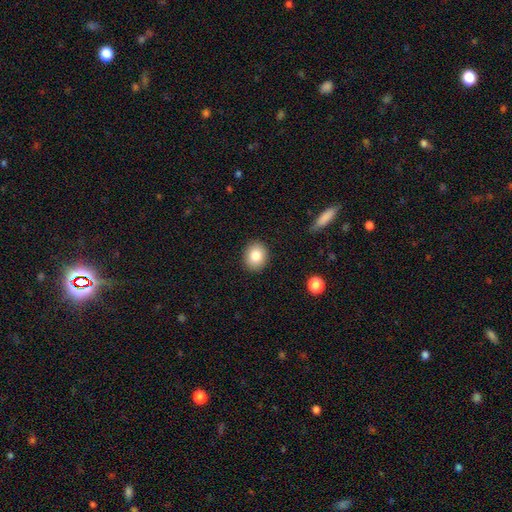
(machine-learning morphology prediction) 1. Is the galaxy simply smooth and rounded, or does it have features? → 83% smooth, 9% star or artifact, 8% featured or disk.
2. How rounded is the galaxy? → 62% round, 37% in between, 1% cigar-shaped.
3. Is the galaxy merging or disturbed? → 90% none, 7% minor disturbance, 2% major disturbance, 1% merger.